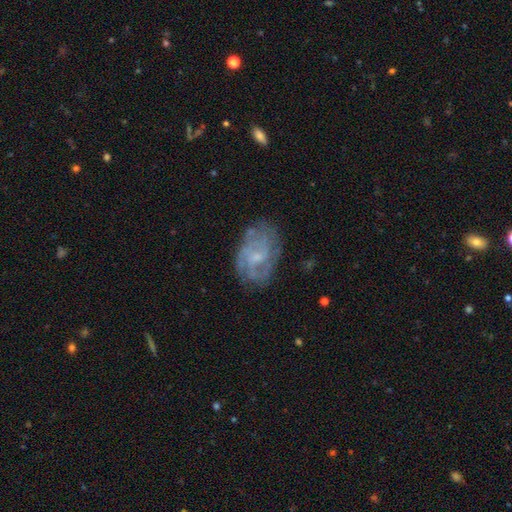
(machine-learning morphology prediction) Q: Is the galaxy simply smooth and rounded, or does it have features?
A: featured or disk — 73%.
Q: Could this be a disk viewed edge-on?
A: no — 97%.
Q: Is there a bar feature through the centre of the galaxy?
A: no — 61%.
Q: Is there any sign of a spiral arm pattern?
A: yes — 81%.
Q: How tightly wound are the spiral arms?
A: tight — 46%.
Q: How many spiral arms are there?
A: can't tell — 46%.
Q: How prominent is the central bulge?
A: small — 57%.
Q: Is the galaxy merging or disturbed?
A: none — 68%.